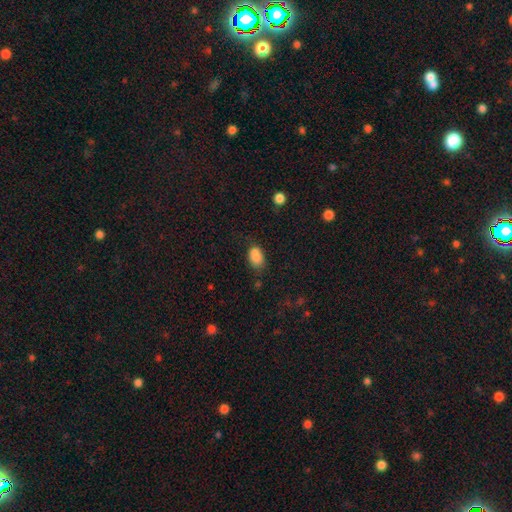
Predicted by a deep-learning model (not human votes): smooth 85%, star or artifact 10%, featured or disk 5%. Down the decision tree: how rounded — in between (87%); merging — none (62%).